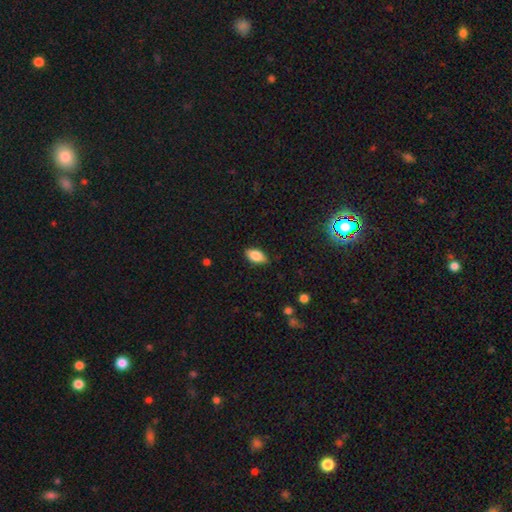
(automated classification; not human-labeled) Smooth or featured: smooth — 81% (featured or disk — 12%)
How rounded: in between — 90% (cigar-shaped — 6%)
Merging: none — 83% (minor disturbance — 14%)